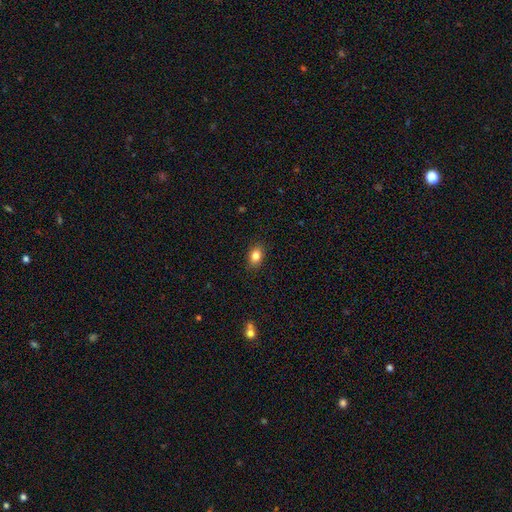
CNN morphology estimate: smooth_or_featured: smooth (p=0.84) [alt: star or artifact p=0.09]
how_rounded: in between (p=0.80) [alt: round p=0.18]
merging: none (p=0.88) [alt: minor disturbance p=0.09]